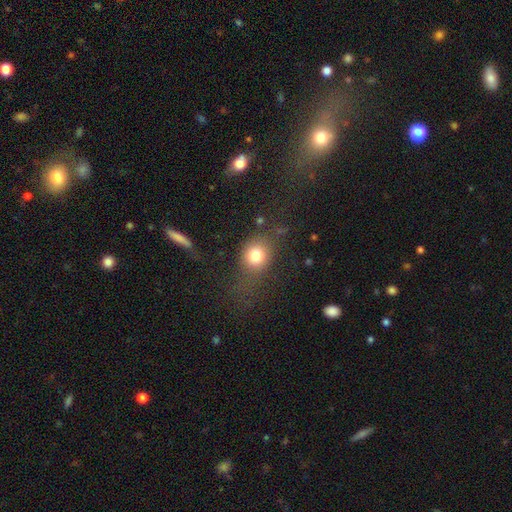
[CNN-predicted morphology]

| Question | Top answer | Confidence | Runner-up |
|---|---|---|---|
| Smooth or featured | smooth | 78% | star or artifact (12%) |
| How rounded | round | 69% | in between (30%) |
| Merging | none | 60% | minor disturbance (19%) |